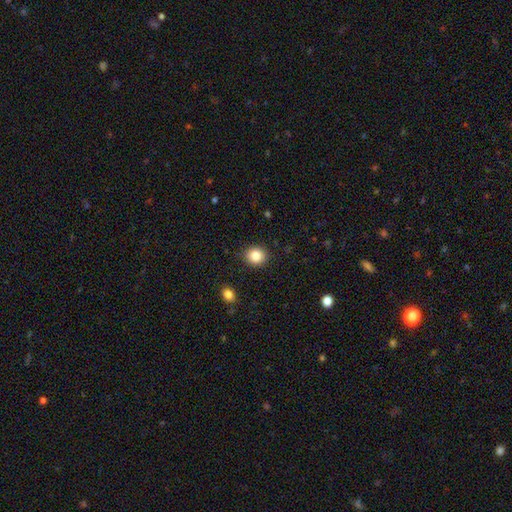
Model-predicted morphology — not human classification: smooth-or-featured: smooth: 85% | star or artifact: 10% | featured or disk: 6%
  how-rounded: round: 78% | in between: 22% | cigar-shaped: 1%
  merging: none: 89% | minor disturbance: 8% | major disturbance: 2% | merger: 1%